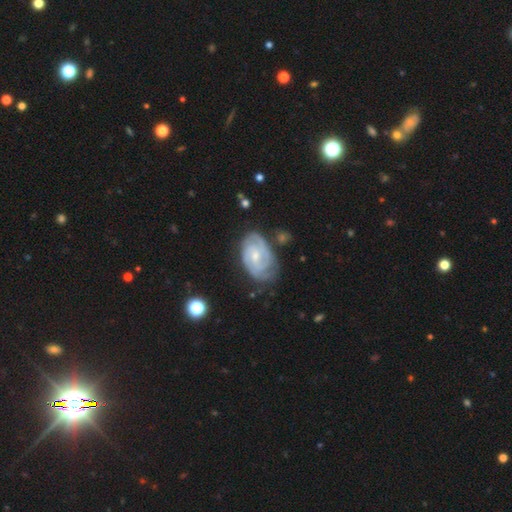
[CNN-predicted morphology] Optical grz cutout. It shows a featured or disk galaxy (84%) with no bar (52%), 2 (38%) tight (66%) spiral arms (96%) and a small central bulge (60%). Merging: none (65%).